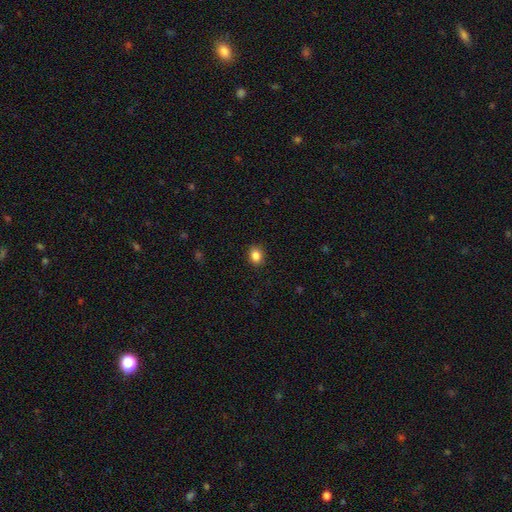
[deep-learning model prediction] Smooth or featured? Predicted: smooth (p=0.86). How rounded? Predicted: in between (p=0.51). Merging? Predicted: none (p=0.90).